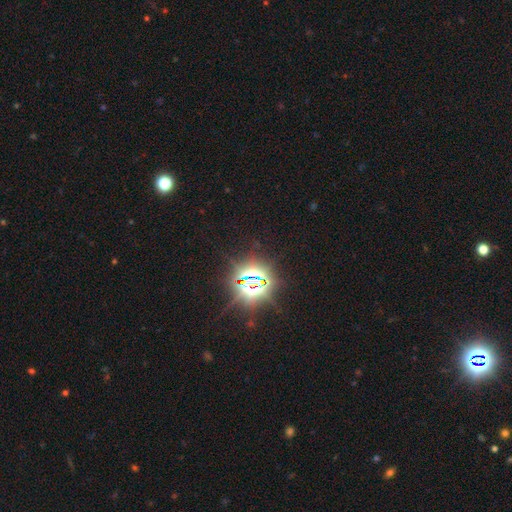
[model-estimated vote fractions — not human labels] Morphology: type=star or artifact (84%).